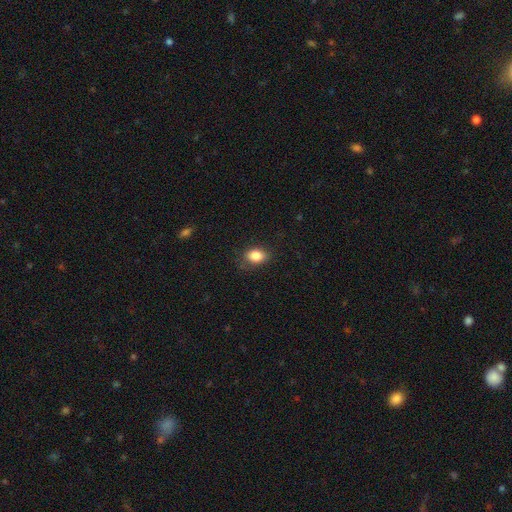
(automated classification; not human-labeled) Smooth or featured: smooth — 85% (star or artifact — 9%)
How rounded: in between — 73% (round — 26%)
Merging: none — 79% (minor disturbance — 15%)